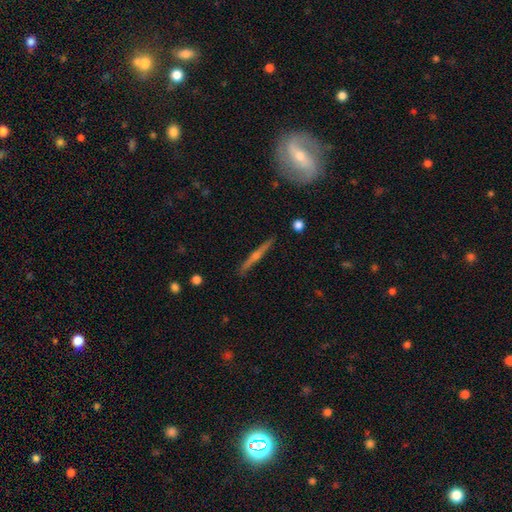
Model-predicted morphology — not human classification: This is likely a featured or disk galaxy (70%). It is clearly viewed edge-on (97%). Edge-on bulge: likely rounded (73%). Merging: clearly none (90%).